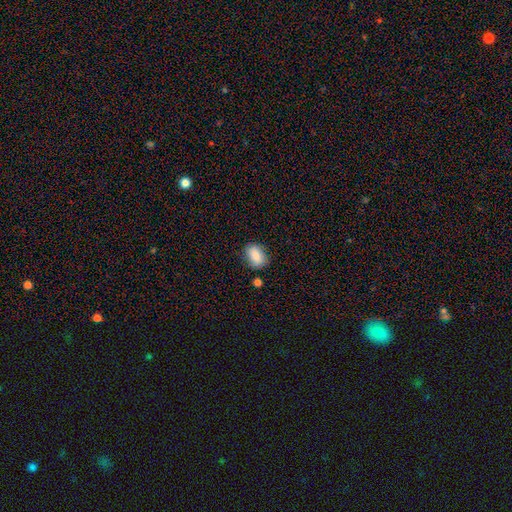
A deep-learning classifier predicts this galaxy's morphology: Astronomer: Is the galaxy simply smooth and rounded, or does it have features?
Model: smooth — 82%.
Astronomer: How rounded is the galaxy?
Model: in between — 75%.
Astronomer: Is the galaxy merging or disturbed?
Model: none — 75%.